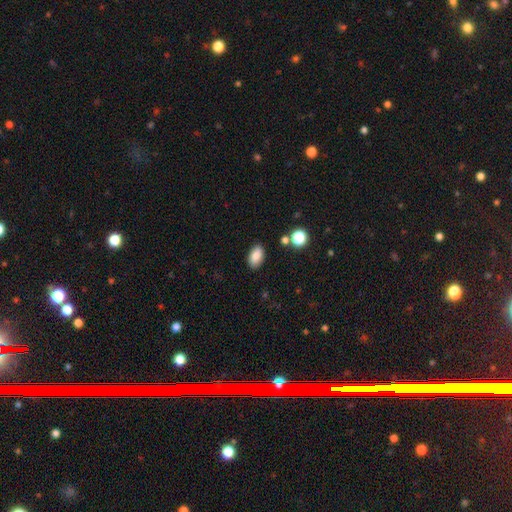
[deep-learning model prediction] smooth-or-featured: smooth: 86% | star or artifact: 9% | featured or disk: 5%
  how-rounded: in between: 92% | round: 6% | cigar-shaped: 2%
  merging: none: 86% | minor disturbance: 9% | merger: 2% | major disturbance: 2%